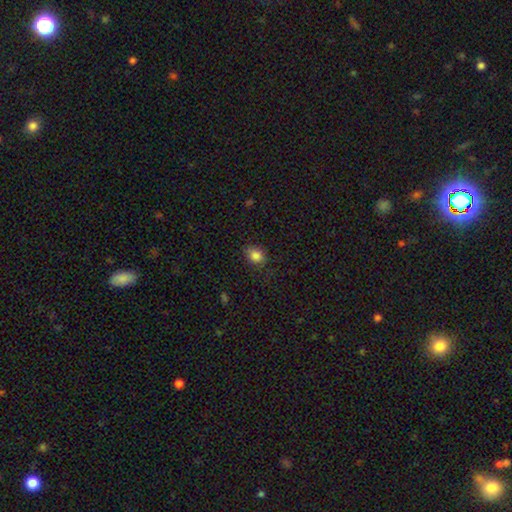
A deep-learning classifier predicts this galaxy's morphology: This appears to be a smooth galaxy with no disk features (84%) that is in between round and cigar-shaped (54%). Merging: none (78%).